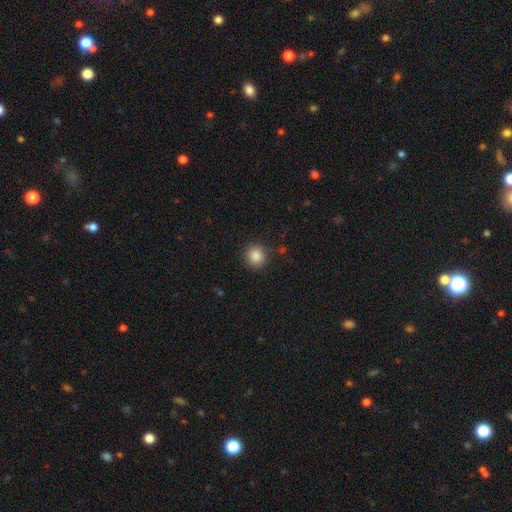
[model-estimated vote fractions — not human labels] Morphology: type=smooth (86%); roundness=round (89%); merging=none (88%).